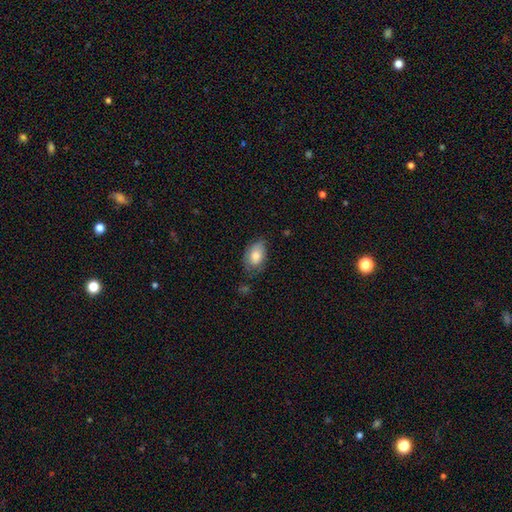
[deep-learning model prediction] Q: Smooth or featured?
A: smooth (77%); runner-up: featured or disk (16%)
Q: How rounded?
A: in between (89%); runner-up: round (9%)
Q: Merging?
A: none (57%); runner-up: minor disturbance (33%)